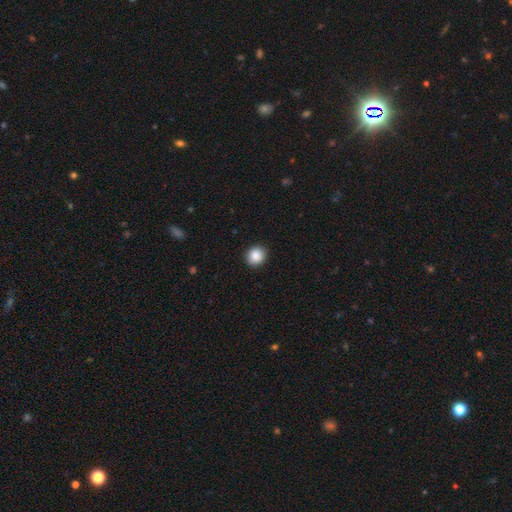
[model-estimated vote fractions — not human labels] Smooth or featured: smooth — 88% (star or artifact — 9%)
How rounded: round — 85% (in between — 14%)
Merging: none — 91% (minor disturbance — 6%)